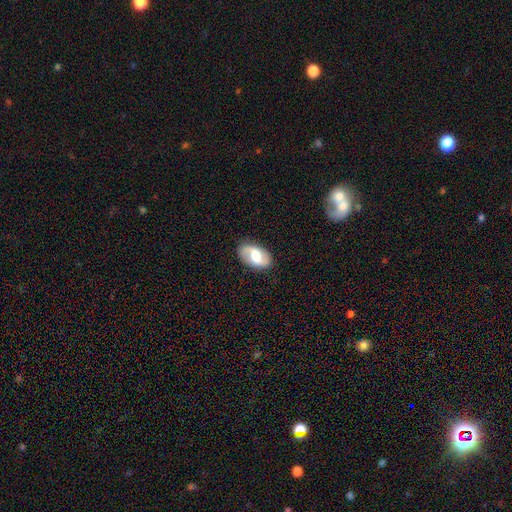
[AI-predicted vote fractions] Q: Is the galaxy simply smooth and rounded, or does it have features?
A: featured or disk — 60%.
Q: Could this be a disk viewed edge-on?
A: no — 95%.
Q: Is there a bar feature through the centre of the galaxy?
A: weak — 48%.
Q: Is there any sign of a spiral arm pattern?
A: yes — 79%.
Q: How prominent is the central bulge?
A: moderate — 50%.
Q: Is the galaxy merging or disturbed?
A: none — 84%.